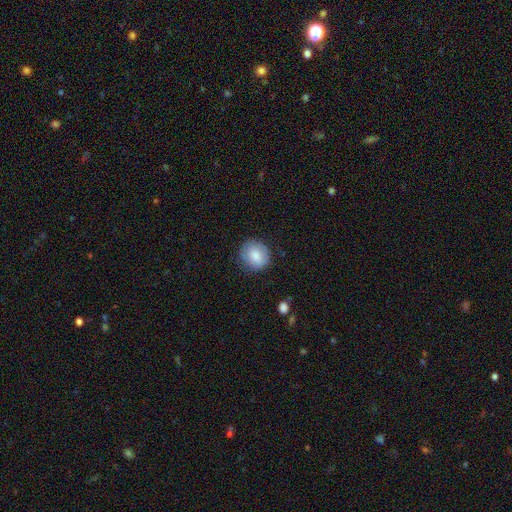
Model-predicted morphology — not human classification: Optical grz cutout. It shows a smooth galaxy with no disk features (80%) that is round (78%). Merging: none (80%).